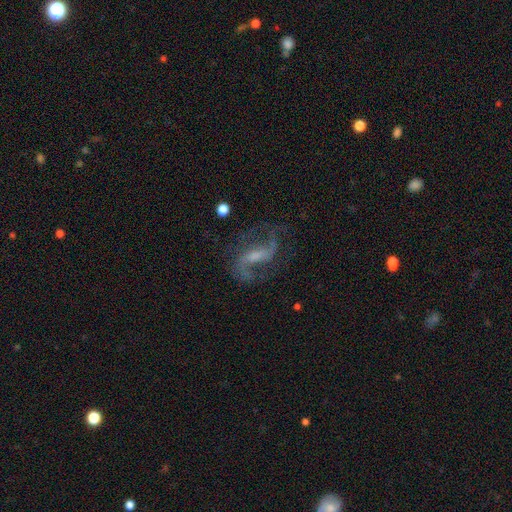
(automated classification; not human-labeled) A featured or disk galaxy (85%) with a weak bar (45%), 2 (87%) loose (49%) spiral arms (95%) and a small central bulge (46%).

Vote fractions:
- Smooth or featured? featured or disk: 85% / star or artifact: 8% / smooth: 8%
- Edge-on disk? no: 95% / yes: 5%
- Bar? weak: 45% / strong: 37% / no: 19%
- Spiral arms? yes: 95% / no: 5%
- Spiral winding? loose: 49% / medium: 43% / tight: 9%
- Spiral arm count? 2: 87% / can't tell: 4% / 1: 4% / 3: 2% / 4: 1% / more than 4: 1%
- Bulge size? small: 46% / moderate: 28% / none: 20% / large: 4% / dominant: 1%
- Merging? none: 67% / minor disturbance: 16% / major disturbance: 15% / merger: 2%